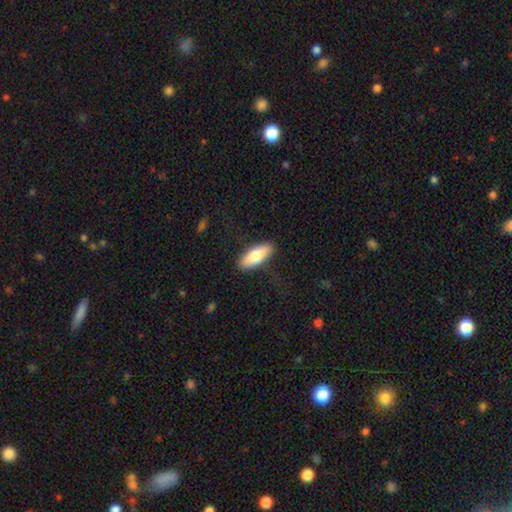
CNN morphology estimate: A smooth galaxy with no disk features (76%) that is in between round and cigar-shaped (72%).

Vote fractions:
- Smooth or featured? smooth: 76% / featured or disk: 18% / star or artifact: 6%
- How rounded? in between: 72% / cigar-shaped: 26% / round: 2%
- Merging? none: 85% / minor disturbance: 11% / major disturbance: 3% / merger: 1%